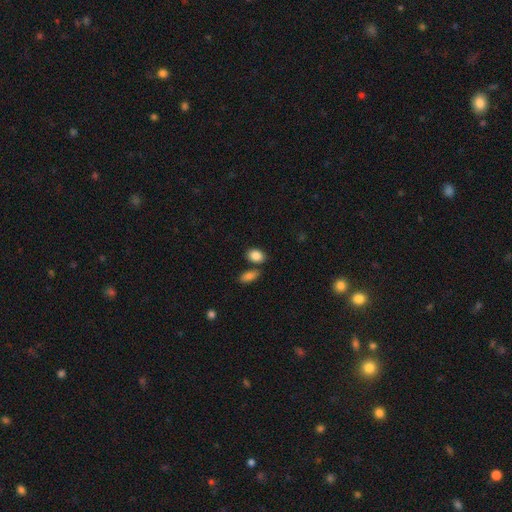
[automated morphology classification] Smooth or featured? Predicted: smooth (p=0.87). How rounded? Predicted: in between (p=0.79). Merging? Predicted: none (p=0.67).